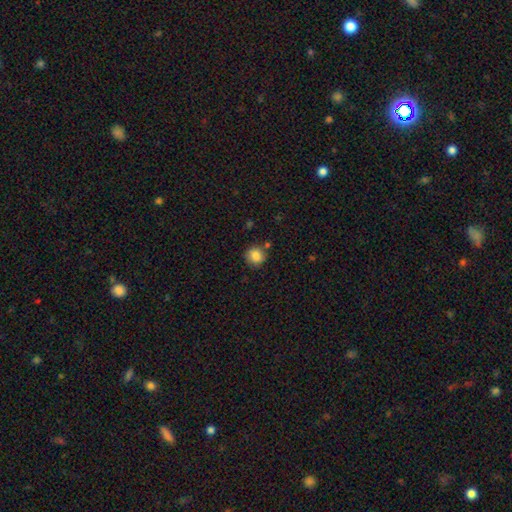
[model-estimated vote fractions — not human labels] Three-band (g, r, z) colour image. It shows a smooth galaxy with no disk features (85%) that is round (90%). Merging: none (80%).